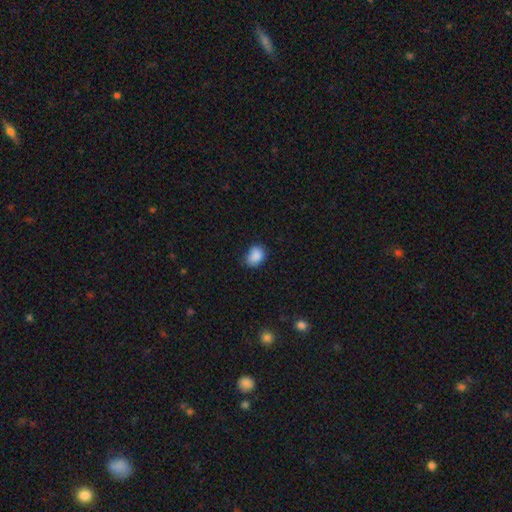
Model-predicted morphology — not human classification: This appears to be a smooth galaxy with no disk features (86%) that is in between round and cigar-shaped (65%). Merging: none (62%).